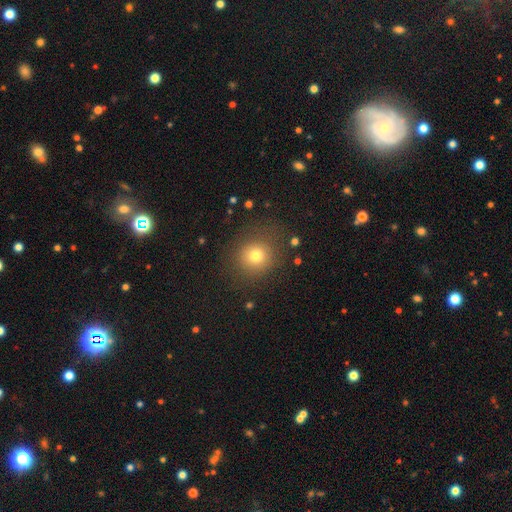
smooth_or_featured: smooth (p=0.77) [alt: featured or disk p=0.15]
how_rounded: round (p=0.90) [alt: in between p=0.10]
merging: none (p=0.81) [alt: minor disturbance p=0.14]